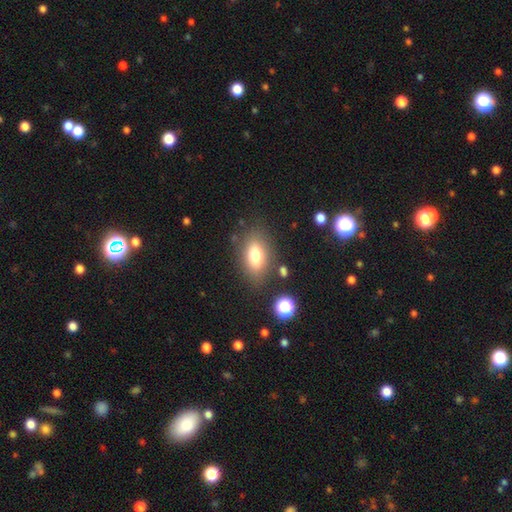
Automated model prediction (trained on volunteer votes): Smooth or featured?
  - smooth: 76% *
  - featured or disk: 14%
  - star or artifact: 10%
How rounded?
  - in between: 85% *
  - round: 10%
  - cigar-shaped: 6%
Merging?
  - none: 79% *
  - minor disturbance: 12%
  - major disturbance: 5%
  - merger: 4%